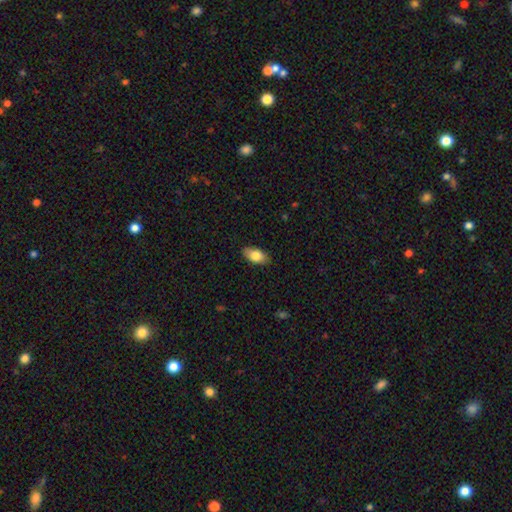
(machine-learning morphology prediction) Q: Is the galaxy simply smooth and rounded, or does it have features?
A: smooth — 80%.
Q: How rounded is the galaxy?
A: in between — 92%.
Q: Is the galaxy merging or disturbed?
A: none — 86%.